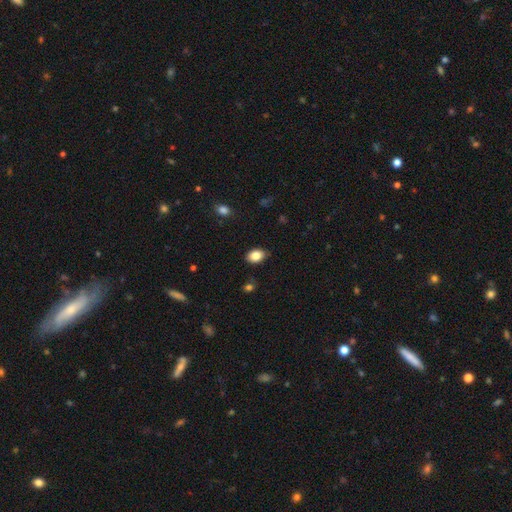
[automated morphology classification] smooth_or_featured: smooth (p=0.86) [alt: star or artifact p=0.08]
how_rounded: in between (p=0.81) [alt: round p=0.17]
merging: none (p=0.83) [alt: minor disturbance p=0.14]